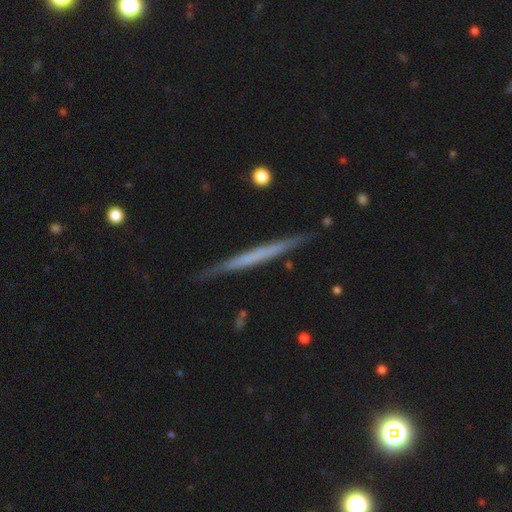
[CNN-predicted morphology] type=featured or disk (57%); edge-on=yes (97%); edge-on bulge=none (90%); merging=none (88%).